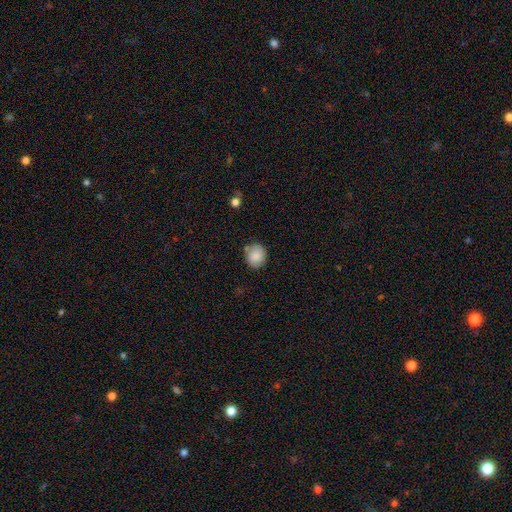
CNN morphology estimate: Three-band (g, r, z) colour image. It shows a smooth galaxy with no disk features (87%) that is round (74%). Merging: none (77%).